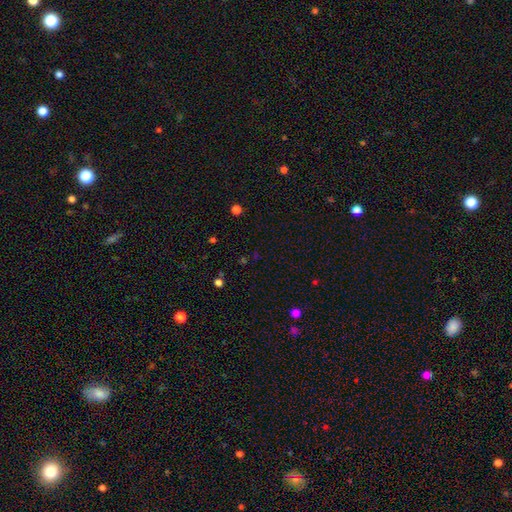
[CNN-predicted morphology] The model was most divided on "smooth or featured": star or artifact: 56%, smooth: 37%, featured or disk: 7%.